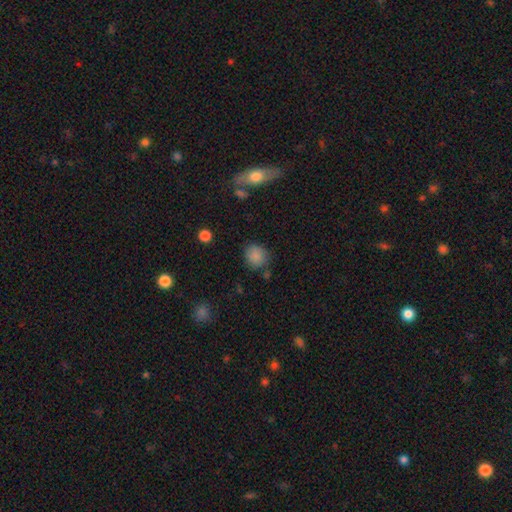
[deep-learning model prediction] smooth_or_featured: smooth (p=0.84) [alt: star or artifact p=0.10]
how_rounded: round (p=0.78) [alt: in between p=0.21]
merging: none (p=0.75) [alt: minor disturbance p=0.16]